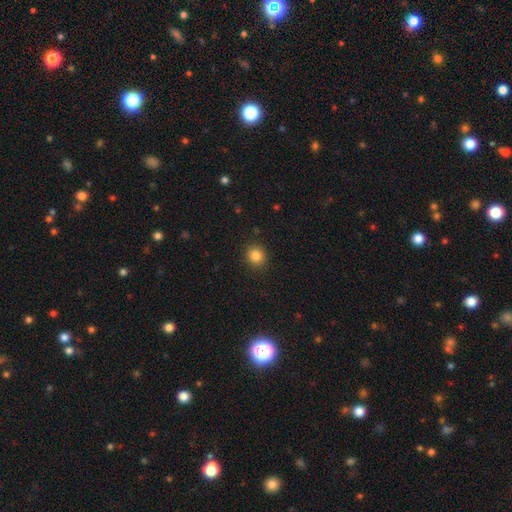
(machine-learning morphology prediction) Smooth or featured: smooth — 84% (star or artifact — 11%)
How rounded: round — 88% (in between — 11%)
Merging: none — 91% (minor disturbance — 6%)